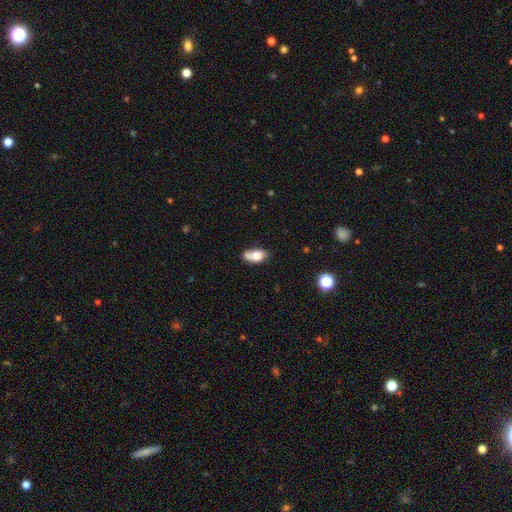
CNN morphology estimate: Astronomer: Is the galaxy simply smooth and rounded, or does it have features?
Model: smooth — 69%.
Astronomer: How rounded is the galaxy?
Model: in between — 87%.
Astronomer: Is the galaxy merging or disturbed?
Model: none — 41% (runner-up: minor disturbance, 25%).